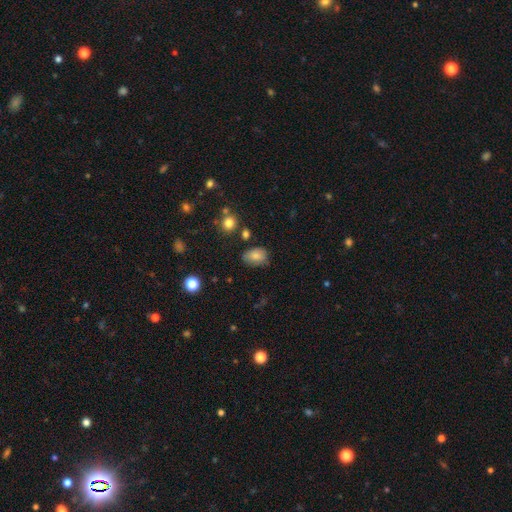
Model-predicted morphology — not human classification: A smooth galaxy with no disk features (81%) that is in between round and cigar-shaped (78%).

Vote fractions:
- Smooth or featured? smooth: 81% / star or artifact: 10% / featured or disk: 9%
- How rounded? in between: 78% / round: 21% / cigar-shaped: 1%
- Merging? none: 62% / minor disturbance: 28% / major disturbance: 6% / merger: 3%